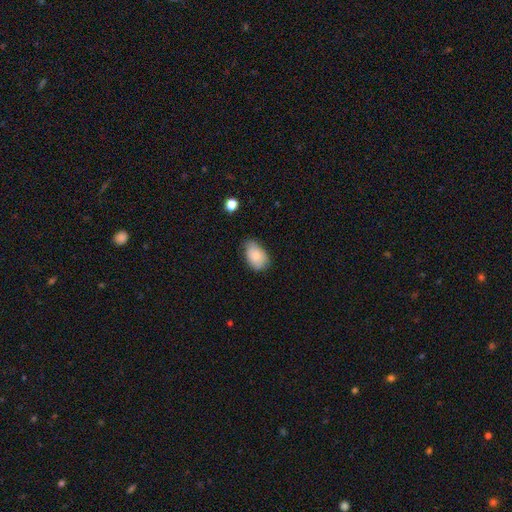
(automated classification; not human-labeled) Smooth or featured: smooth — 80% (featured or disk — 13%)
How rounded: in between — 89% (round — 10%)
Merging: none — 62% (minor disturbance — 31%)